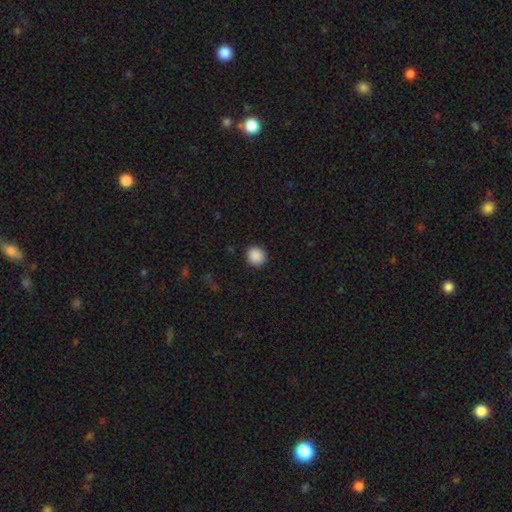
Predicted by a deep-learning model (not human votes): Smooth or featured?
  - smooth: 89% *
  - star or artifact: 9%
  - featured or disk: 2%
How rounded?
  - round: 94% *
  - in between: 5%
  - cigar-shaped: 1%
Merging?
  - none: 92% *
  - minor disturbance: 5%
  - major disturbance: 2%
  - merger: 1%